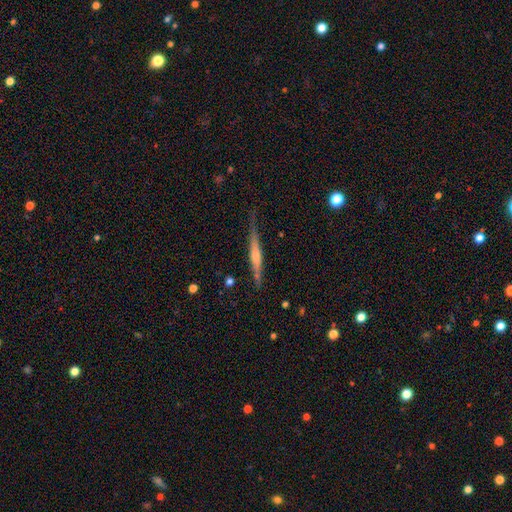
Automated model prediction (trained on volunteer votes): smooth-or-featured: featured or disk: 58% | smooth: 36% | star or artifact: 6%
  disk-edge-on: yes: 96% | no: 4%
    edge-on-bulge: rounded: 48% | none: 27% | boxy: 24%
  merging: none: 76% | minor disturbance: 18% | major disturbance: 4% | merger: 2%